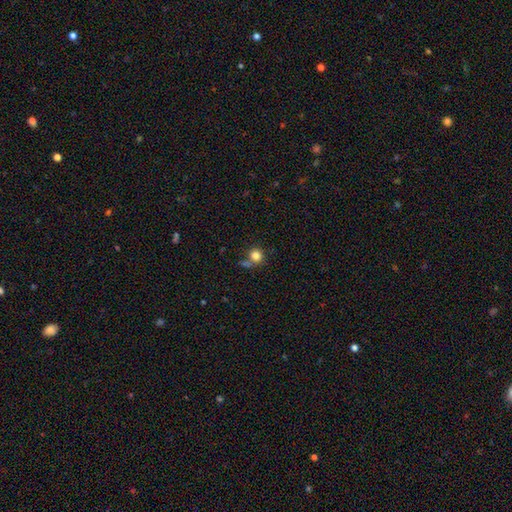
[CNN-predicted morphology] Smooth or featured?
  - smooth: 82% *
  - star or artifact: 11%
  - featured or disk: 7%
How rounded?
  - round: 88% *
  - in between: 11%
  - cigar-shaped: 1%
Merging?
  - none: 62% *
  - merger: 18%
  - minor disturbance: 14%
  - major disturbance: 6%